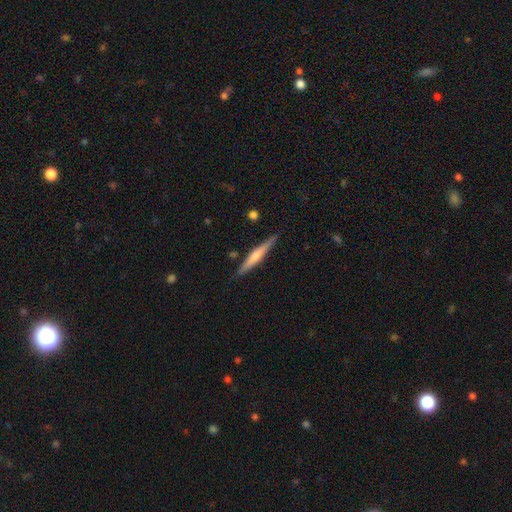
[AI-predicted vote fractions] smooth_or_featured: featured or disk (p=0.49) [alt: smooth p=0.45]
merging: none (p=0.85) [alt: minor disturbance p=0.11]